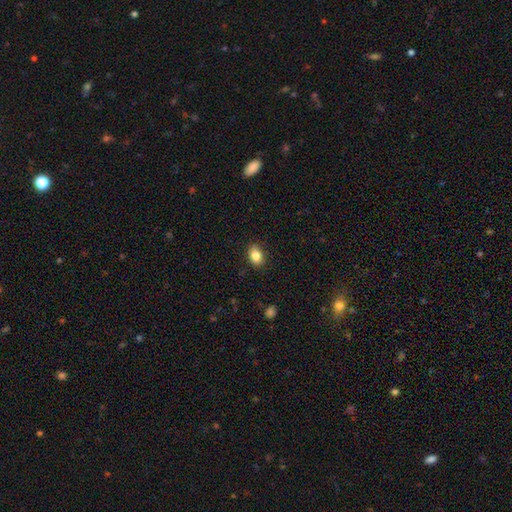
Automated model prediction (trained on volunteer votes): Smooth or featured?
  - smooth: 84% *
  - star or artifact: 9%
  - featured or disk: 7%
How rounded?
  - in between: 76% *
  - round: 22%
  - cigar-shaped: 1%
Merging?
  - none: 86% *
  - minor disturbance: 11%
  - major disturbance: 2%
  - merger: 1%